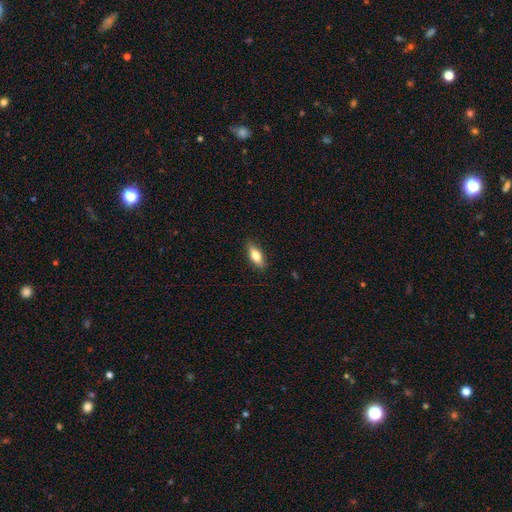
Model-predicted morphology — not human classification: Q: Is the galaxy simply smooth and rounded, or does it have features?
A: smooth — 71%.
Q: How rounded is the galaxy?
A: in between — 67%.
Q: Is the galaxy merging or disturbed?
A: none — 87%.